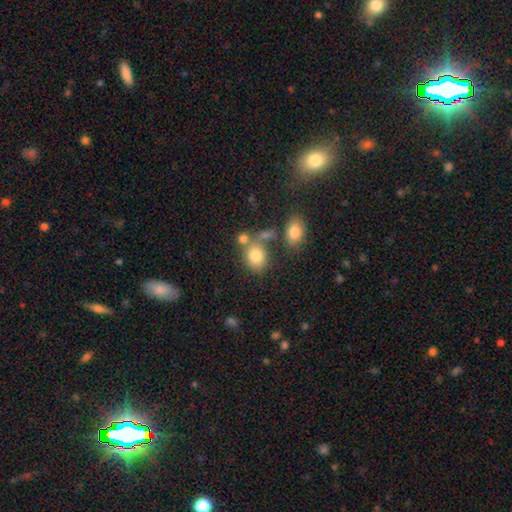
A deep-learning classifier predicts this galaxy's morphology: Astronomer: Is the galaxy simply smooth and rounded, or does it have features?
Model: smooth — 78%.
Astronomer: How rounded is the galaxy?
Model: in between — 51% (runner-up: round, 47%).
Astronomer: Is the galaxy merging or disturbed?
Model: none — 54%.